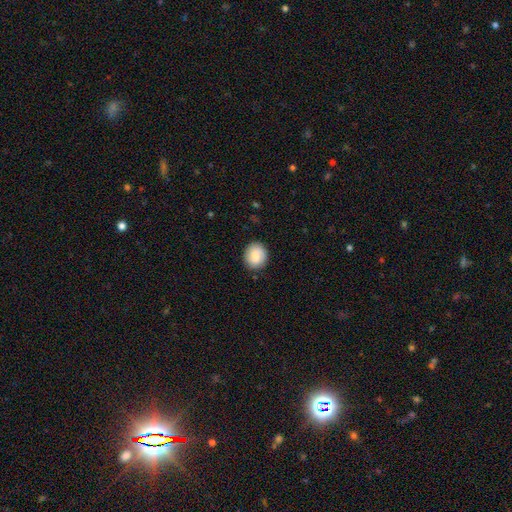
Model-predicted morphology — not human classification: A smooth galaxy with no disk features (77%) that is round (74%).

Vote fractions:
- Smooth or featured? smooth: 77% / featured or disk: 16% / star or artifact: 7%
- How rounded? round: 74% / in between: 25% / cigar-shaped: 1%
- Merging? none: 86% / minor disturbance: 10% / major disturbance: 2% / merger: 1%